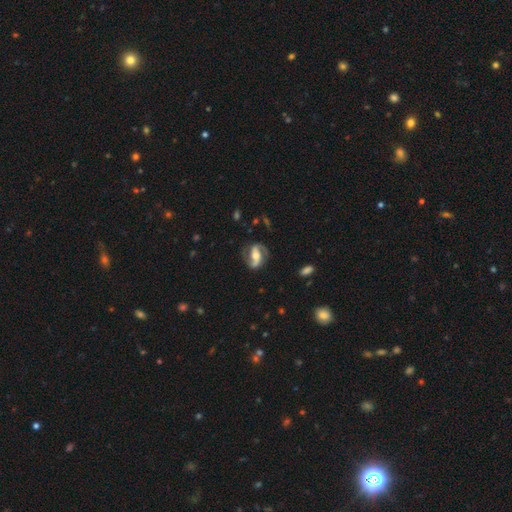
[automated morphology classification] featured or disk 86%, smooth 9%, star or artifact 5%. Down the decision tree: edge-on disk — no (96%); bar — strong (50%); spiral arms — yes (94%); spiral arm count — 2 (92%); spiral winding — medium (44%); bulge size — moderate (65%); merging — none (79%).